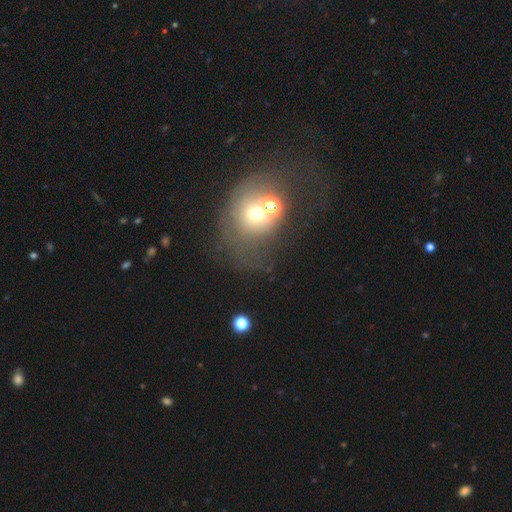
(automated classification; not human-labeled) Overall: smooth (43%; featured or disk 34%). Merging: merger (65%).